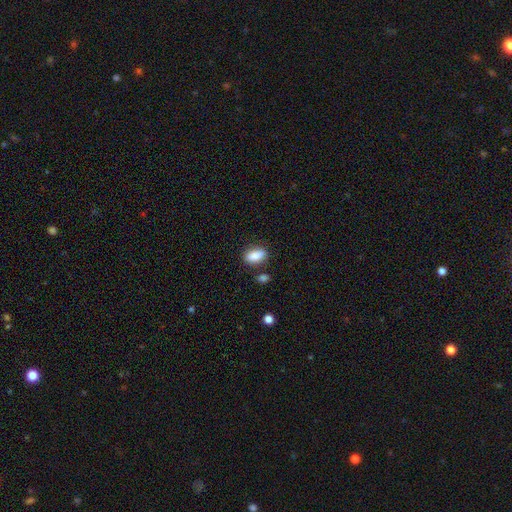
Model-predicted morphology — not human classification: type=smooth (85%); roundness=in between (84%); merging=none (77%).